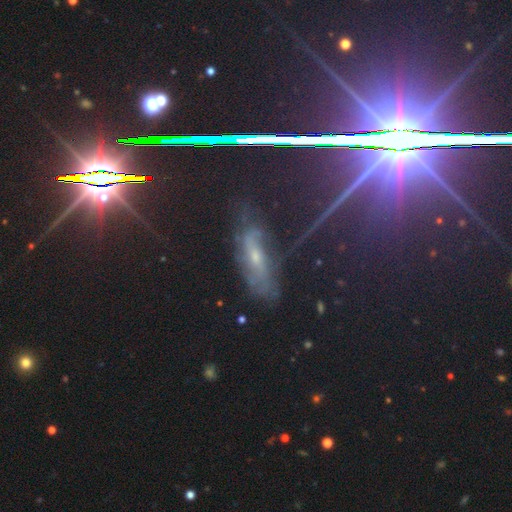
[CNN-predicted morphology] Overall: star or artifact (47%; featured or disk 36%).